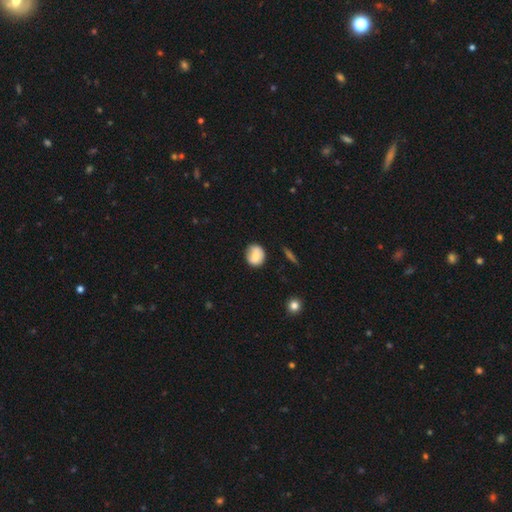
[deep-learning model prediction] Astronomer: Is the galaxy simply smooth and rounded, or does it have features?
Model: smooth — 76%.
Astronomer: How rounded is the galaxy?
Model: round — 74%.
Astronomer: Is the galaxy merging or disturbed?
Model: none — 77%.